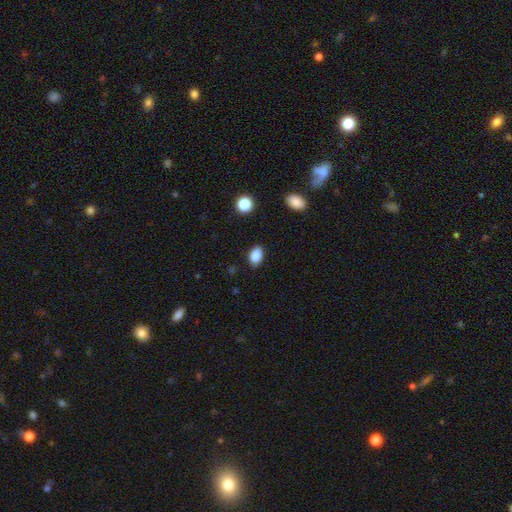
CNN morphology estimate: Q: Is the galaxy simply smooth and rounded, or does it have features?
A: smooth — 88%.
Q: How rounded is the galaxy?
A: in between — 84%.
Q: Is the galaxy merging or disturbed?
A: none — 85%.